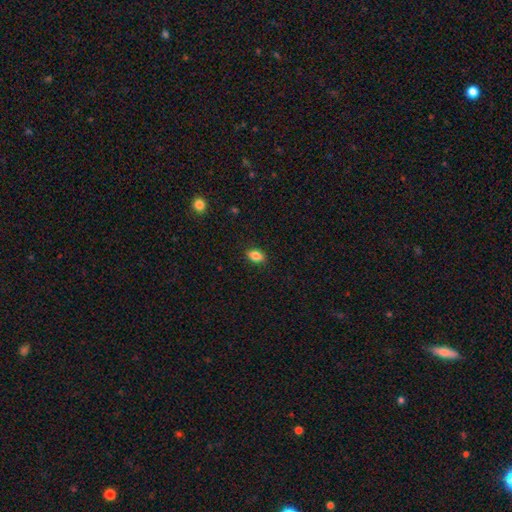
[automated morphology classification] smooth_or_featured: smooth (p=0.85) [alt: star or artifact p=0.09]
how_rounded: in between (p=0.85) [alt: round p=0.13]
merging: none (p=0.87) [alt: minor disturbance p=0.10]